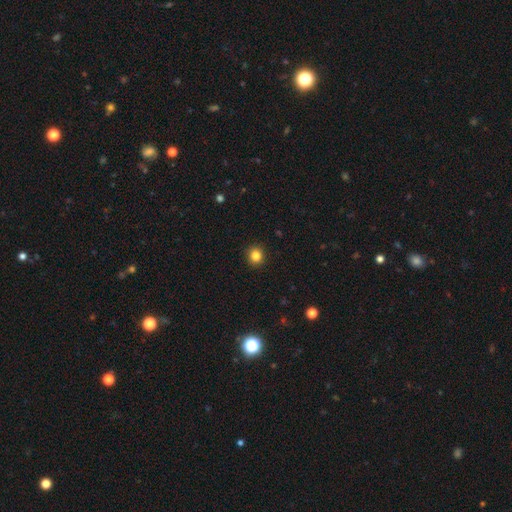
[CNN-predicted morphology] smooth_or_featured: smooth (p=0.84) [alt: star or artifact p=0.11]
how_rounded: round (p=0.87) [alt: in between p=0.12]
merging: none (p=0.92) [alt: minor disturbance p=0.06]